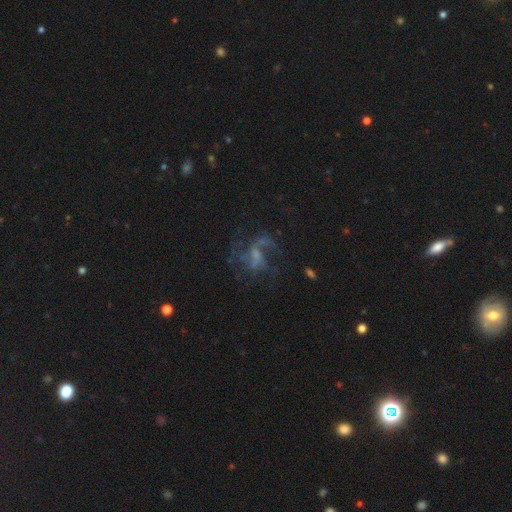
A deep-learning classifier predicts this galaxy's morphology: This is likely a featured or disk galaxy (71%). It is clearly not viewed edge-on (97%). Bar: marginally weak (44%). Spiral arm pattern: likely yes (80%). Spiral arm count: marginally 2 (45%). Spiral winding: possibly loose (56%). Central bulge: marginally none (38%). Merging: possibly none (48%).